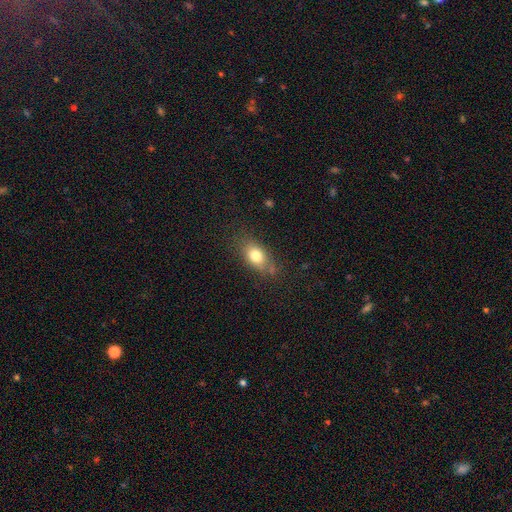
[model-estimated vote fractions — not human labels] Smooth or featured?
  - smooth: 77% *
  - featured or disk: 13%
  - star or artifact: 10%
How rounded?
  - in between: 76% *
  - round: 20%
  - cigar-shaped: 4%
Merging?
  - none: 68% *
  - minor disturbance: 21%
  - major disturbance: 7%
  - merger: 4%